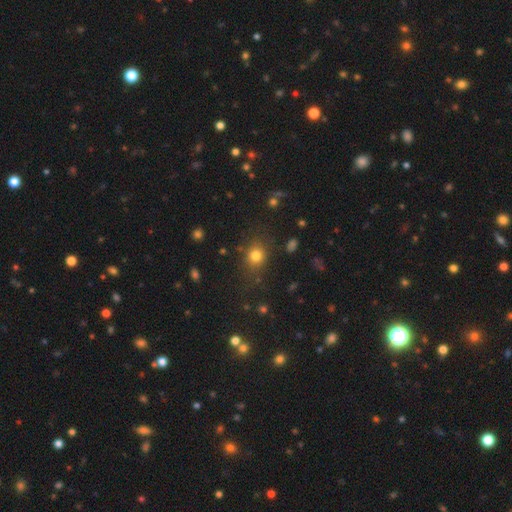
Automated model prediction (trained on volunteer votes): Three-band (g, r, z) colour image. It shows a smooth galaxy with no disk features (78%) that is round (69%). Merging: none (78%).